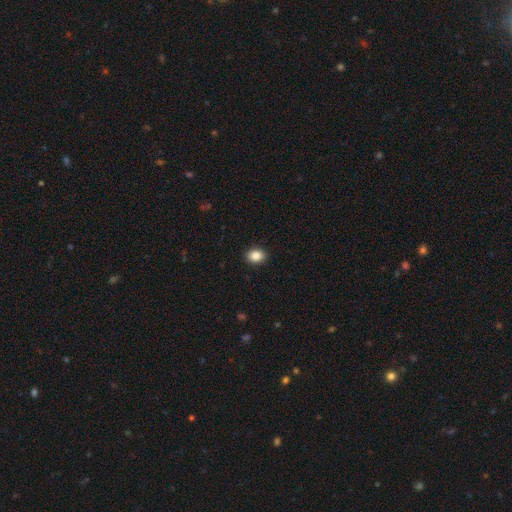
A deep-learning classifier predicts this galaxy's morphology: Smooth or featured? Predicted: smooth (p=0.88). How rounded? Predicted: in between (p=0.61). Merging? Predicted: none (p=0.91).